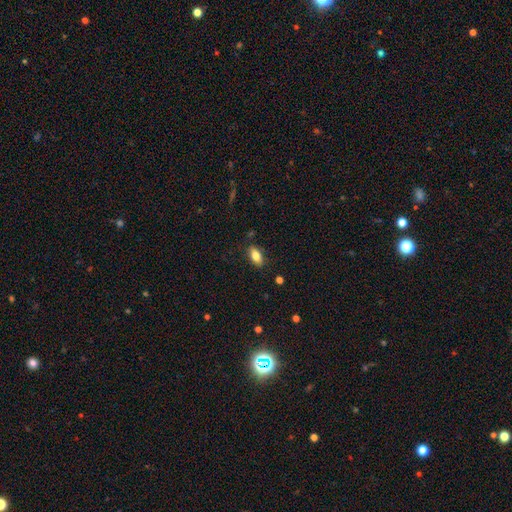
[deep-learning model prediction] smooth_or_featured: smooth (p=0.80) [alt: featured or disk p=0.12]
how_rounded: in between (p=0.87) [alt: cigar-shaped p=0.09]
merging: none (p=0.86) [alt: minor disturbance p=0.11]